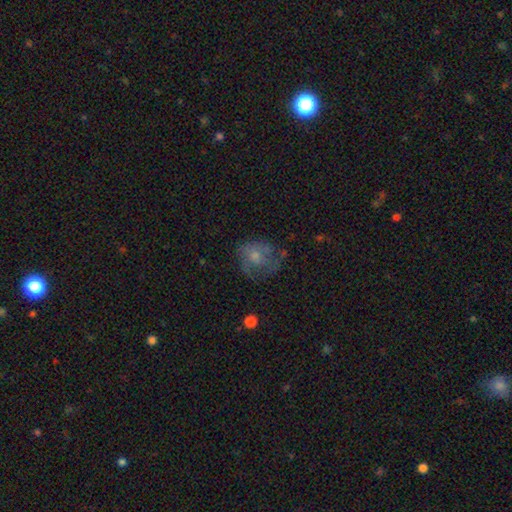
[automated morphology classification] Smooth or featured? Predicted: smooth (p=0.48). Merging? Predicted: none (p=0.42).